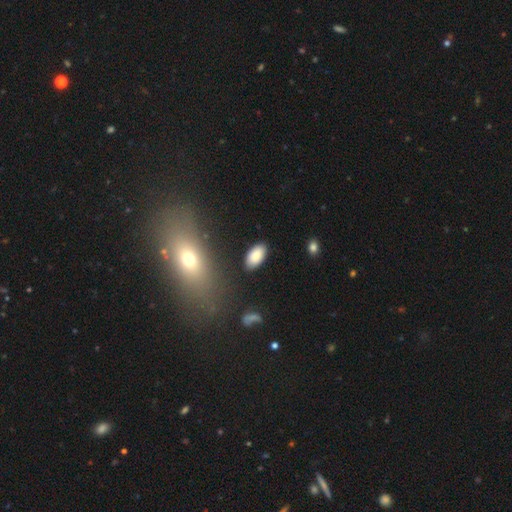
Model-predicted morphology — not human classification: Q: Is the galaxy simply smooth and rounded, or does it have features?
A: smooth — 86%.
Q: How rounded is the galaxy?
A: in between — 95%.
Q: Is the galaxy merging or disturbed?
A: none — 87%.